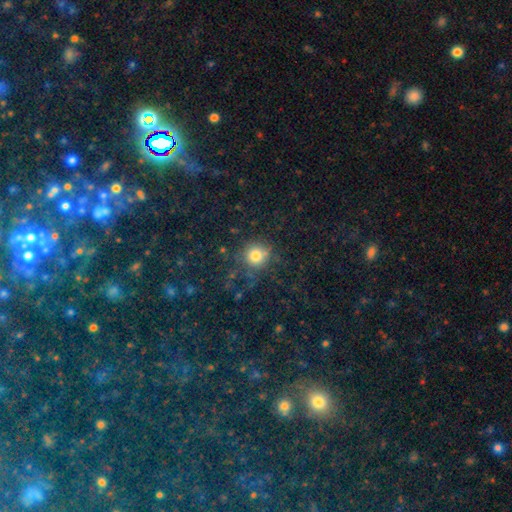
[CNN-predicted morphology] Smooth or featured?
  - smooth: 74% *
  - star or artifact: 18%
  - featured or disk: 8%
How rounded?
  - round: 91% *
  - in between: 7%
  - cigar-shaped: 1%
Merging?
  - none: 76% *
  - minor disturbance: 12%
  - major disturbance: 7%
  - merger: 4%